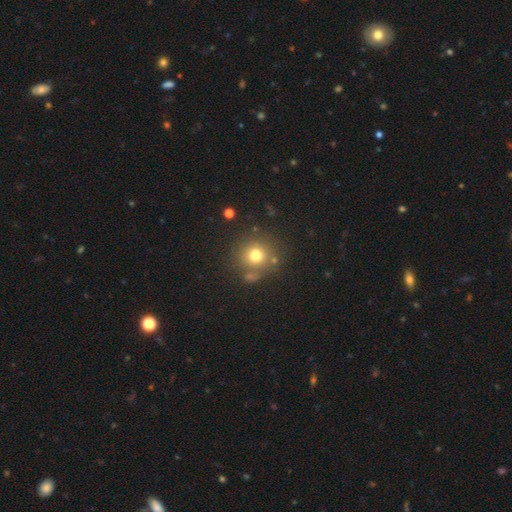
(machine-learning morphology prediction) smooth-or-featured: smooth: 74% | star or artifact: 15% | featured or disk: 11%
  how-rounded: round: 91% | in between: 8% | cigar-shaped: 1%
  merging: none: 75% | minor disturbance: 11% | merger: 10% | major disturbance: 5%